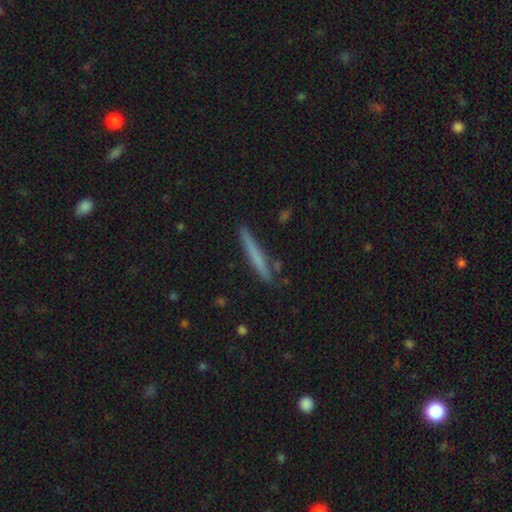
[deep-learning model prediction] smooth_or_featured: smooth (p=0.62) [alt: featured or disk p=0.32]
how_rounded: cigar-shaped (p=0.96) [alt: in between p=0.02]
merging: none (p=0.87) [alt: minor disturbance p=0.09]